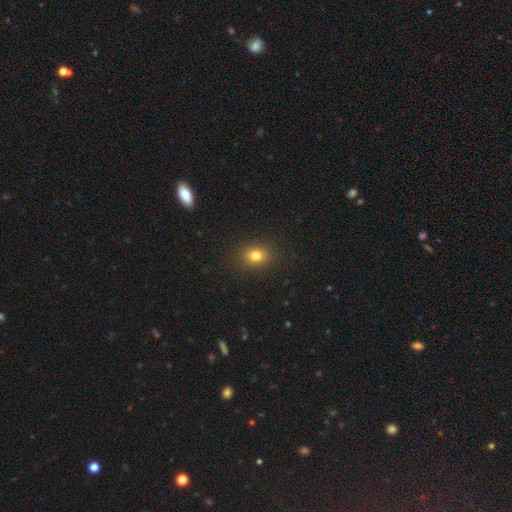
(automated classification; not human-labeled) Smooth or featured? Predicted: smooth (p=0.80). How rounded? Predicted: round (p=0.58). Merging? Predicted: none (p=0.89).